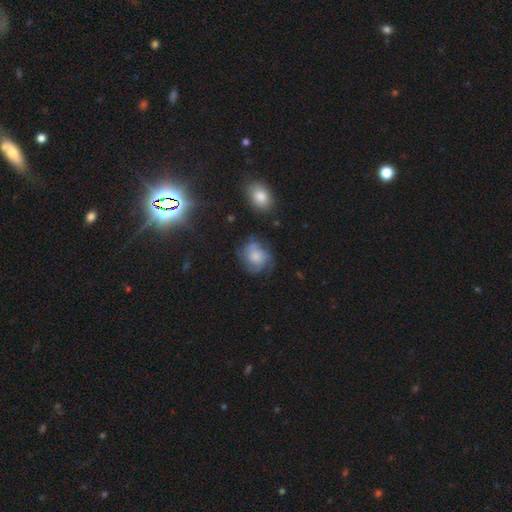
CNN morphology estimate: This appears to be a featured or disk galaxy (47%). Merging: none (58%).